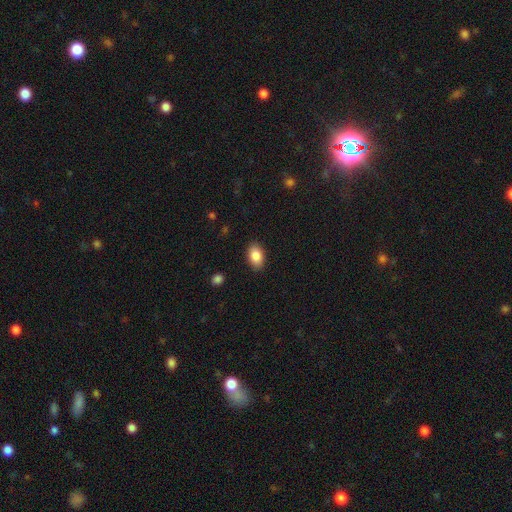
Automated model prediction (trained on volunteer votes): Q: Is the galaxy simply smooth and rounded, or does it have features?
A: smooth — 86%.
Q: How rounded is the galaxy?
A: in between — 90%.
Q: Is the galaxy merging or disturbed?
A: none — 88%.